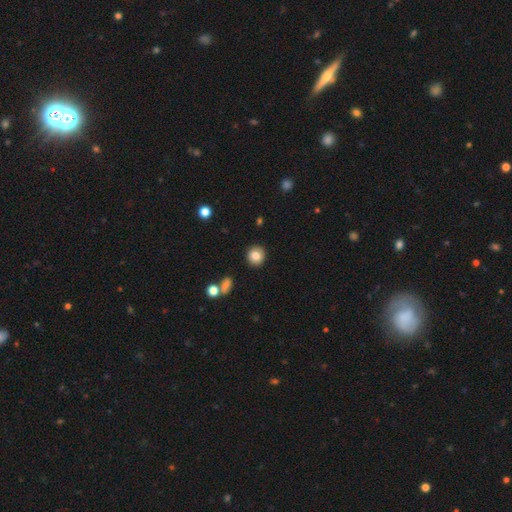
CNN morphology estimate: smooth-or-featured: smooth: 82% | star or artifact: 10% | featured or disk: 8%
  how-rounded: round: 90% | in between: 9% | cigar-shaped: 1%
  merging: none: 90% | minor disturbance: 6% | merger: 2% | major disturbance: 2%